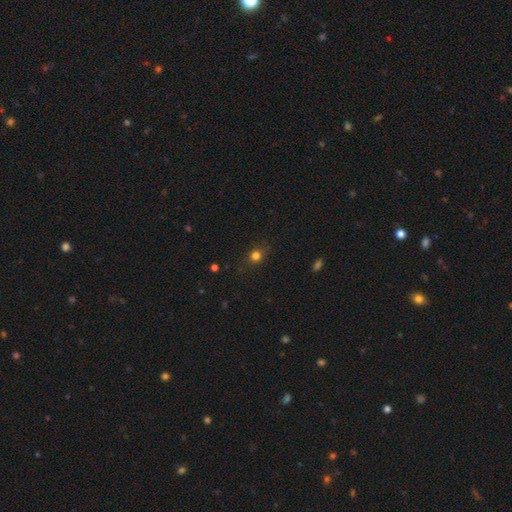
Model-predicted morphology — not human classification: Smooth or featured?
  - smooth: 76% *
  - star or artifact: 18%
  - featured or disk: 6%
How rounded?
  - round: 79% *
  - in between: 19%
  - cigar-shaped: 2%
Merging?
  - none: 84% *
  - minor disturbance: 11%
  - major disturbance: 4%
  - merger: 1%